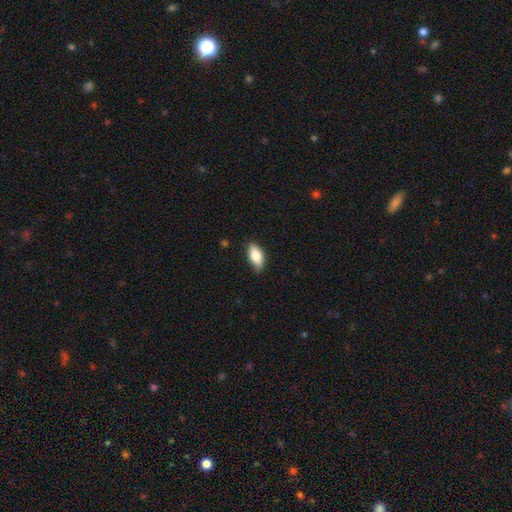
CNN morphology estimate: Q: Smooth or featured?
A: smooth (80%); runner-up: featured or disk (14%)
Q: How rounded?
A: in between (86%); runner-up: cigar-shaped (11%)
Q: Merging?
A: none (81%); runner-up: minor disturbance (16%)